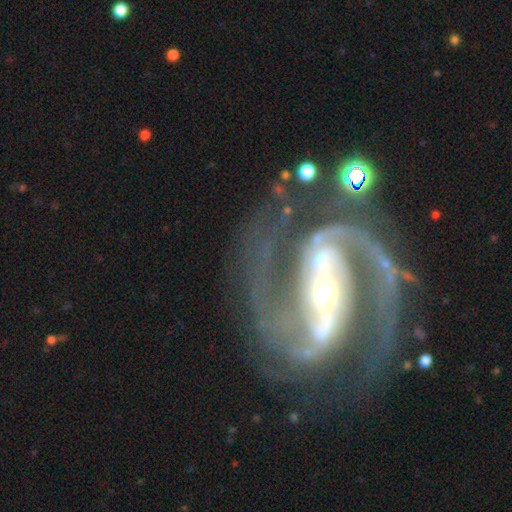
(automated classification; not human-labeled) Overall: featured or disk (94%). Edge-on disk: no (98%). Bar: strong (72%). Spiral arms: yes (99%). Spiral arm count: 2 (91%). Spiral winding: medium (63%; tight 25%). Bulge size: moderate (47%; small 46%). Merging: none (72%).